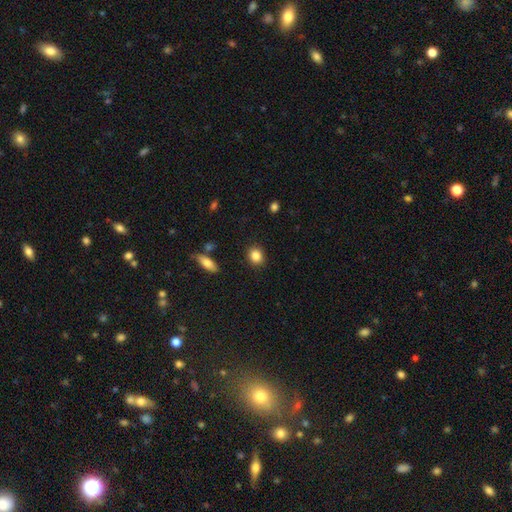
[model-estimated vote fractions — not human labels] Q: Smooth or featured?
A: smooth (86%); runner-up: star or artifact (9%)
Q: How rounded?
A: round (68%); runner-up: in between (30%)
Q: Merging?
A: none (89%); runner-up: minor disturbance (7%)